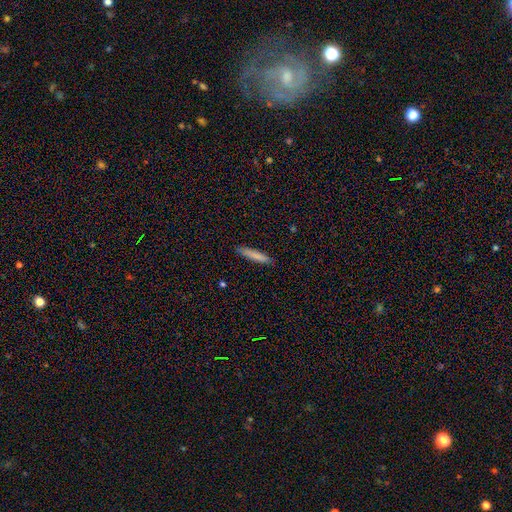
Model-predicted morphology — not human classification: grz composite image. It shows a smooth galaxy with no disk features (81%) that is cigar-shaped (92%). Merging: none (89%).